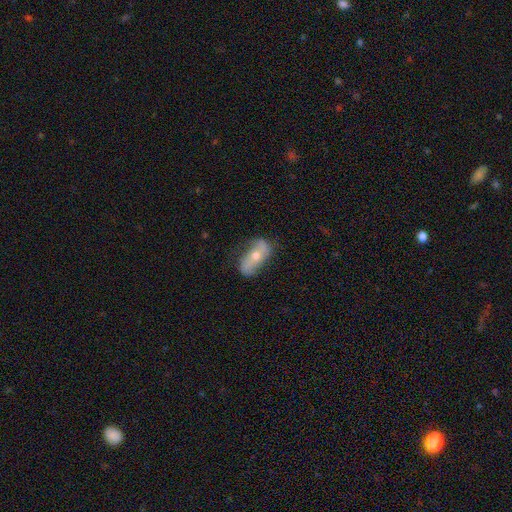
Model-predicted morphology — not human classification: A featured or disk galaxy (62%) with no bar (58%), spiral arms (79%) and a moderate central bulge (58%).

Vote fractions:
- Smooth or featured? featured or disk: 62% / smooth: 30% / star or artifact: 8%
- Edge-on disk? no: 86% / yes: 14%
- Bar? no: 58% / weak: 23% / strong: 19%
- Spiral arms? yes: 79% / no: 21%
- Bulge size? moderate: 58% / small: 37% / large: 3% / none: 1% / dominant: 1%
- Merging? none: 70% / minor disturbance: 22% / major disturbance: 7% / merger: 2%